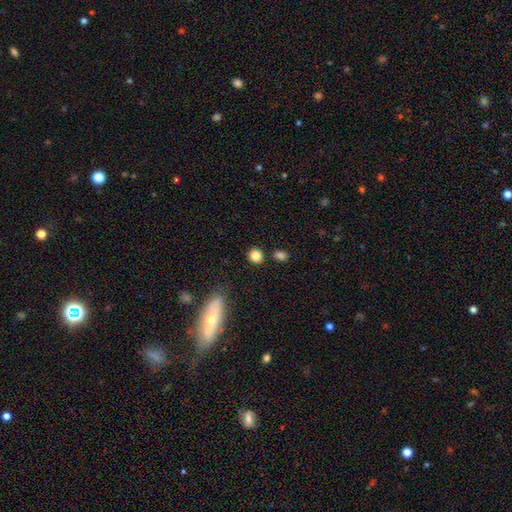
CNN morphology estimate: type=smooth (84%); roundness=round (84%); merging=none (82%).